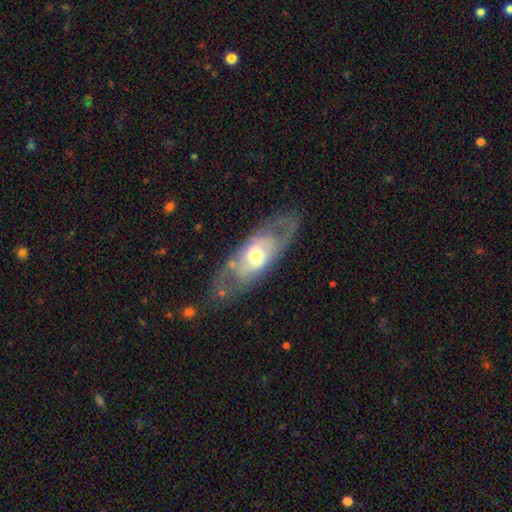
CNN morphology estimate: Smooth or featured?
  - featured or disk: 62% *
  - smooth: 31%
  - star or artifact: 6%
Edge-on disk?
  - no: 82% *
  - yes: 18%
Bar?
  - no: 63% *
  - weak: 26%
  - strong: 11%
Spiral arms?
  - no: 57% *
  - yes: 43%
Bulge size?
  - moderate: 63% *
  - small: 22%
  - large: 12%
  - dominant: 1%
  - none: 1%
Merging?
  - none: 70% *
  - minor disturbance: 17%
  - major disturbance: 10%
  - merger: 2%